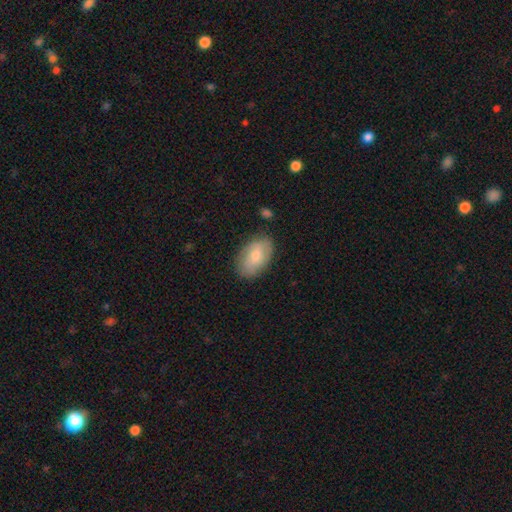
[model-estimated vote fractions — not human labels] This appears to be a smooth galaxy with no disk features (66%) that is in between round and cigar-shaped (92%). Merging: none (80%).